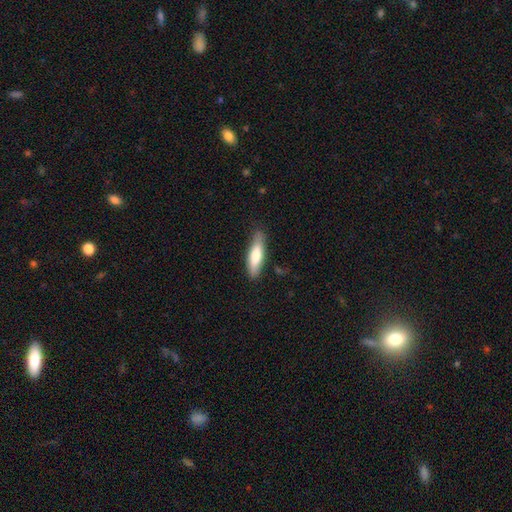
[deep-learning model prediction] Overall: smooth (73%). How rounded: cigar-shaped (64%; in between 35%). Merging: none (81%).